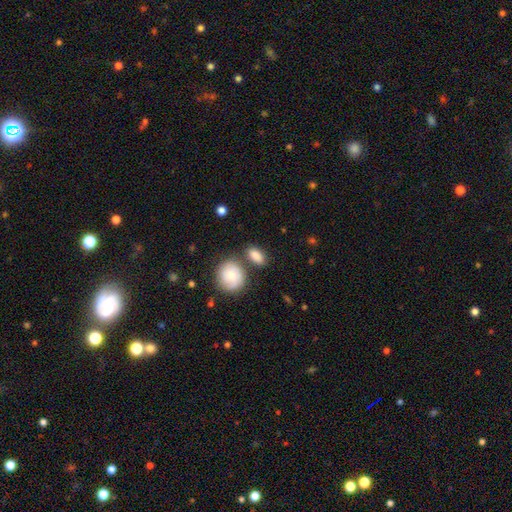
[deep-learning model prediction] smooth_or_featured: smooth (p=0.83) [alt: featured or disk p=0.10]
how_rounded: in between (p=0.77) [alt: round p=0.17]
merging: none (p=0.65) [alt: merger p=0.16]